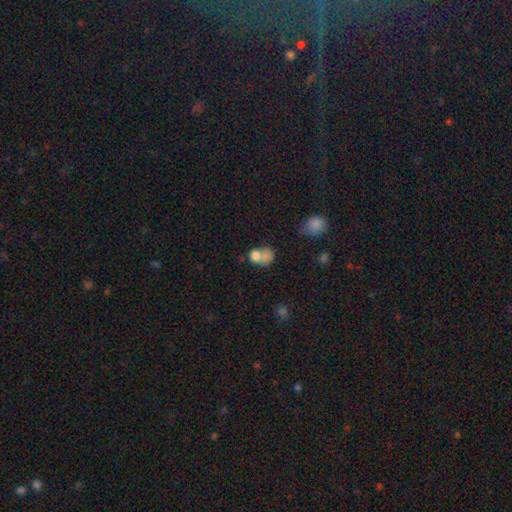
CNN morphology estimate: A smooth galaxy with no disk features (72%) that is round (55%).

Vote fractions:
- Smooth or featured? smooth: 72% / featured or disk: 16% / star or artifact: 12%
- How rounded? round: 55% / in between: 44% / cigar-shaped: 1%
- Merging? merger: 52% / none: 26% / minor disturbance: 12% / major disturbance: 10%